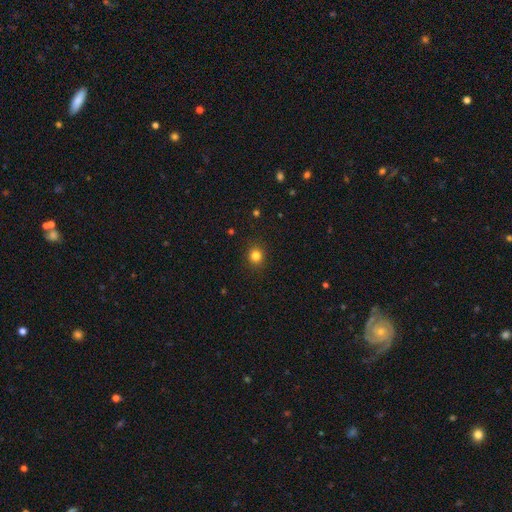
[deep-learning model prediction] Smooth or featured? smooth (82%)
How rounded? round (86%)
Merging? none (91%)